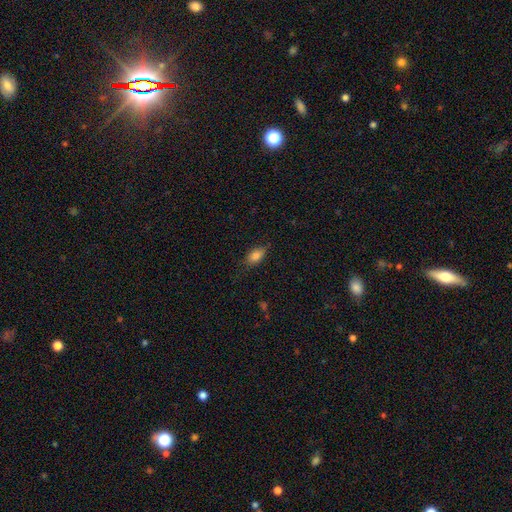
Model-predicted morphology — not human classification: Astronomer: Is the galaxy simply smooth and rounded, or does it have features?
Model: smooth — 81%.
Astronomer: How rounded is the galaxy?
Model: in between — 86%.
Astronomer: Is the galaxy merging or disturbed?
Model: none — 75%.